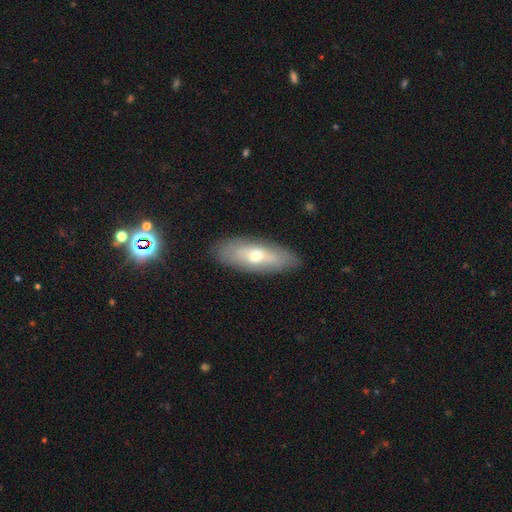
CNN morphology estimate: Smooth or featured: smooth — 50% (featured or disk — 43%)
How rounded: in between — 66% (cigar-shaped — 31%)
Merging: none — 85% (minor disturbance — 11%)